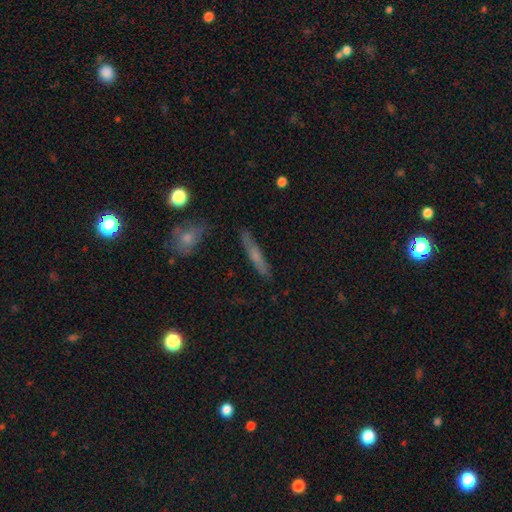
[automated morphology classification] smooth-or-featured: smooth: 55% | featured or disk: 36% | star or artifact: 9%
  how-rounded: cigar-shaped: 91% | in between: 7% | round: 3%
  merging: none: 85% | minor disturbance: 10% | major disturbance: 2% | merger: 2%